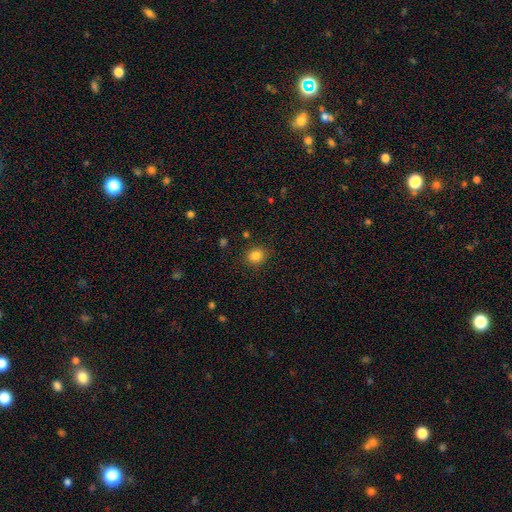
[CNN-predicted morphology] smooth 84%, star or artifact 11%, featured or disk 5%. Down the decision tree: how rounded — round (70%); merging — none (87%).